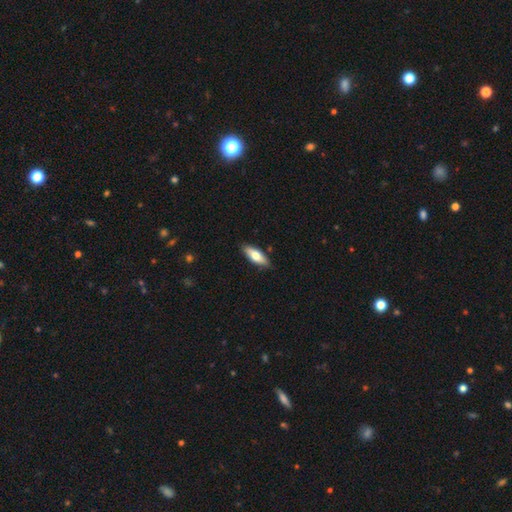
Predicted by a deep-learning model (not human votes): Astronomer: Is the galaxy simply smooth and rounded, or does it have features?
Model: smooth — 69%.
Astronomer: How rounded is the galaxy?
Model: in between — 67%.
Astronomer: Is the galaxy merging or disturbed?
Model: none — 86%.